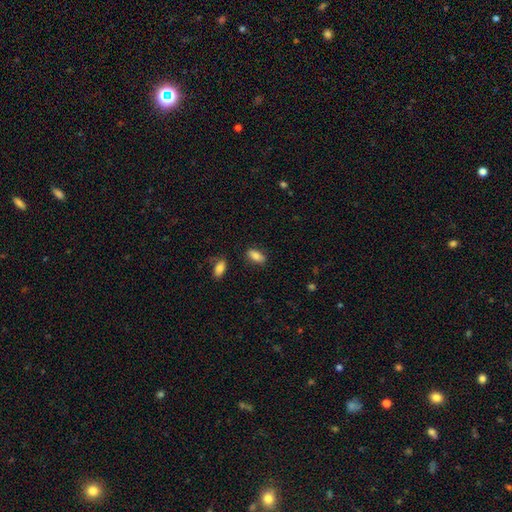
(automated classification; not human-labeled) A smooth galaxy with no disk features (82%) that is in between round and cigar-shaped (86%). Merging: none (84%).